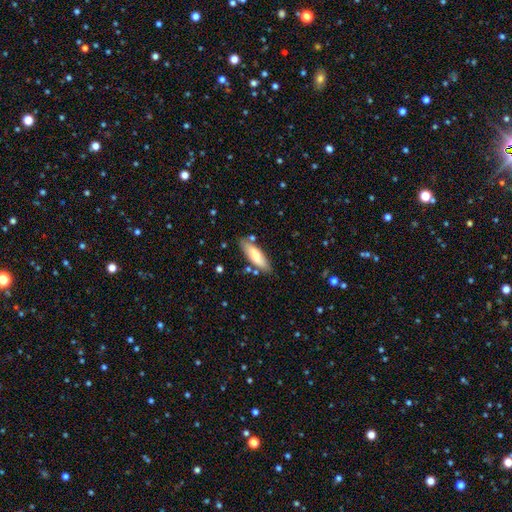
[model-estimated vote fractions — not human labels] Morphology: type=smooth (72%); roundness=in between (56%); merging=none (79%).